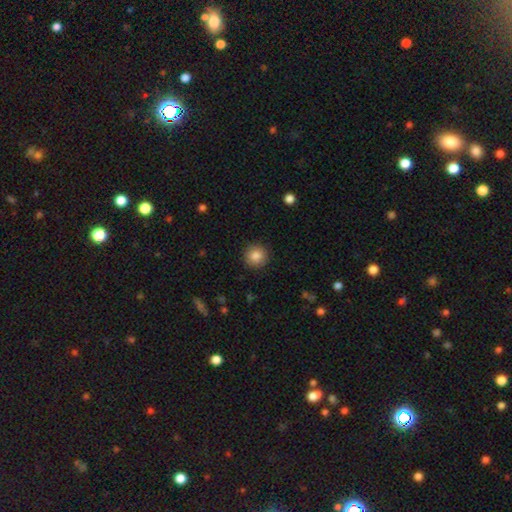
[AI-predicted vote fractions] Smooth or featured: smooth — 86% (star or artifact — 9%)
How rounded: round — 94% (in between — 5%)
Merging: none — 91% (minor disturbance — 6%)